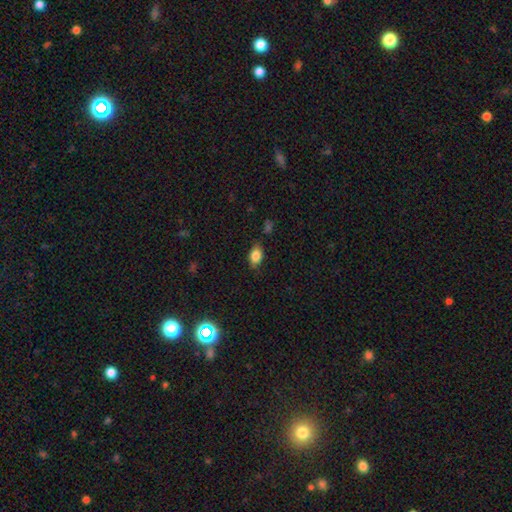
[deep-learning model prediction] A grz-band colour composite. It shows a smooth galaxy with no disk features (83%) that is in between round and cigar-shaped (84%). Merging: none (80%).